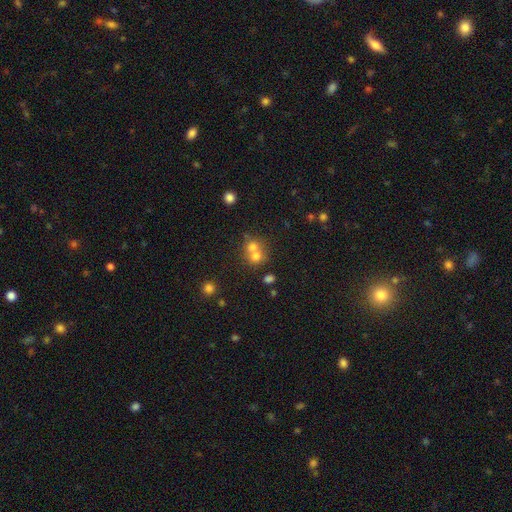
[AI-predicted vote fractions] Smooth or featured: smooth — 69% (featured or disk — 17%)
How rounded: round — 78% (in between — 22%)
Merging: merger — 61% (none — 30%)